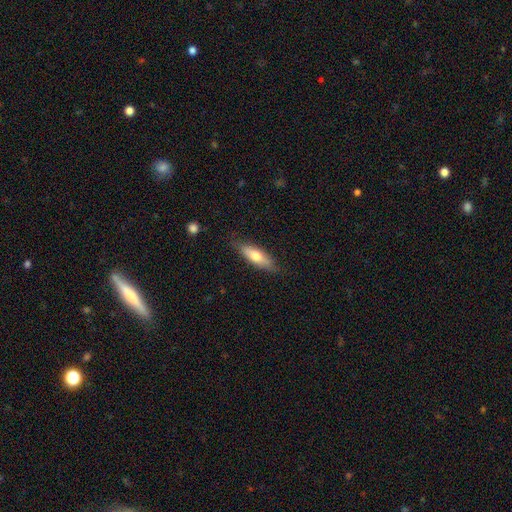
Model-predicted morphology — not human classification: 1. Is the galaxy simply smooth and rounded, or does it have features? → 64% smooth, 30% featured or disk, 6% star or artifact.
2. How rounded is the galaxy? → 51% cigar-shaped, 47% in between, 2% round.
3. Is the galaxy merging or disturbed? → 81% none, 15% minor disturbance, 3% major disturbance, 1% merger.